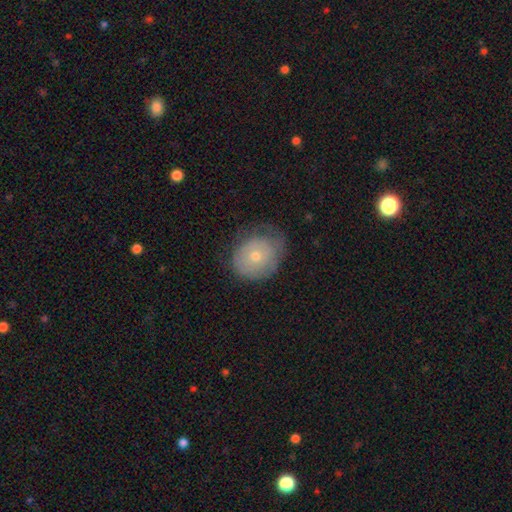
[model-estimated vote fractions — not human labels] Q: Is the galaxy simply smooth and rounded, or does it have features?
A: smooth — 58%.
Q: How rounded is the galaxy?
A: round — 67%.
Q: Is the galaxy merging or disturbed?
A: none — 53%.